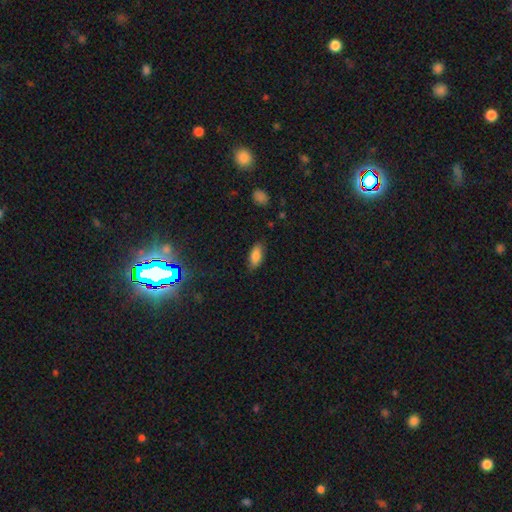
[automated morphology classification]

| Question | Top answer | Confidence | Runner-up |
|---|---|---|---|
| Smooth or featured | smooth | 80% | featured or disk (11%) |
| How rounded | in between | 84% | cigar-shaped (13%) |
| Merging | none | 80% | minor disturbance (15%) |